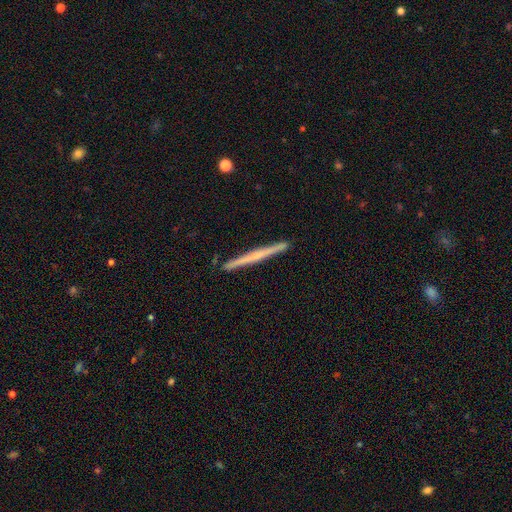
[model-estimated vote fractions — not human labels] Smooth or featured? featured or disk (57%)
Edge-on disk? yes (98%)
Edge-on bulge? none (75%)
Merging? none (92%)